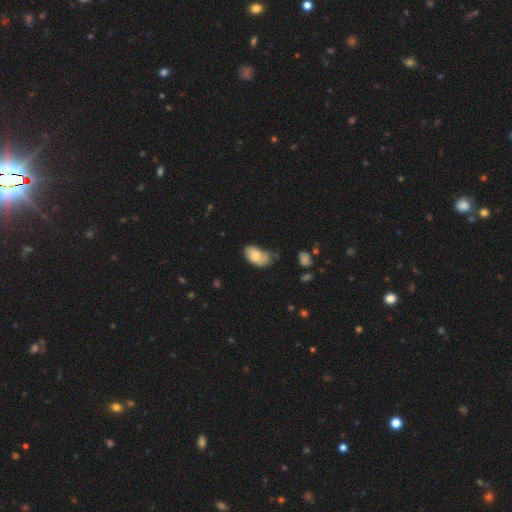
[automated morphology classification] Smooth or featured: smooth — 77% (featured or disk — 15%)
How rounded: in between — 92% (round — 6%)
Merging: minor disturbance — 42% (none — 34%)